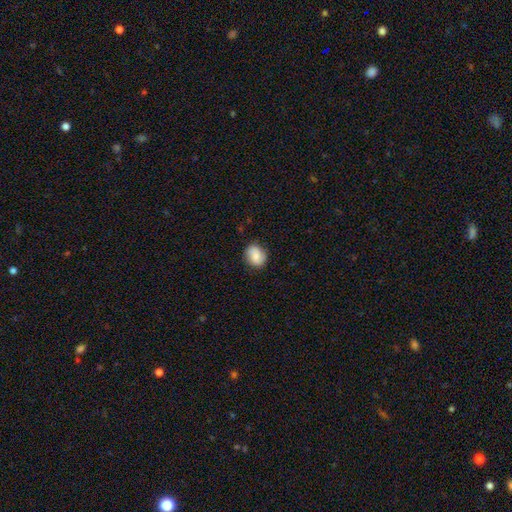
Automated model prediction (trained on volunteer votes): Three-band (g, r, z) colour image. It shows a smooth galaxy with no disk features (79%) that is round (54%). Merging: none (81%).